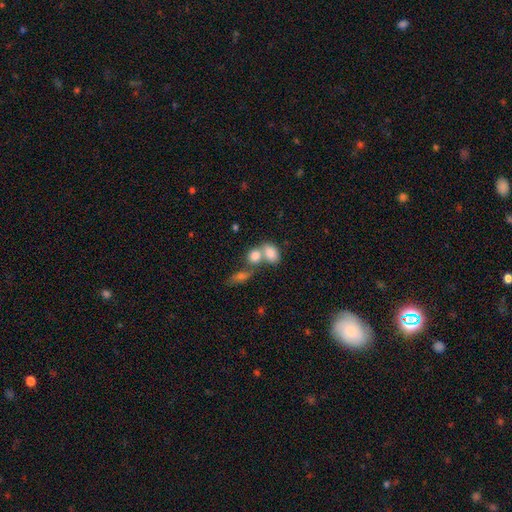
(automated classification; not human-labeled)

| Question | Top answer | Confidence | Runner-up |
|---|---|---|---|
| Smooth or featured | smooth | 80% | featured or disk (11%) |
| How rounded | in between | 69% | round (29%) |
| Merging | merger | 58% | none (30%) |